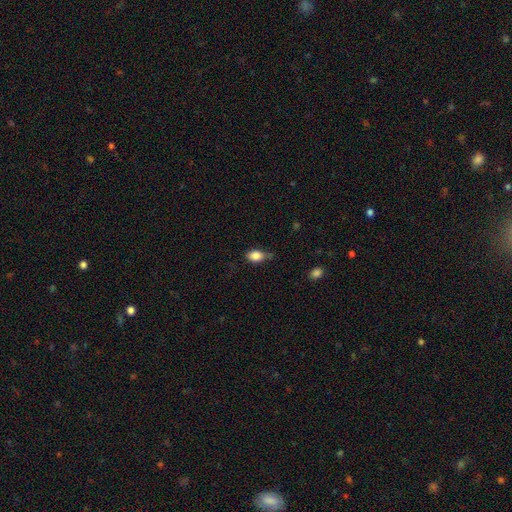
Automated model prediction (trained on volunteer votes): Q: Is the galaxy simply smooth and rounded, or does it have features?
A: smooth — 84%.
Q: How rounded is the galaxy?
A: in between — 84%.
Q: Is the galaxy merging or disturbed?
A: none — 54%.